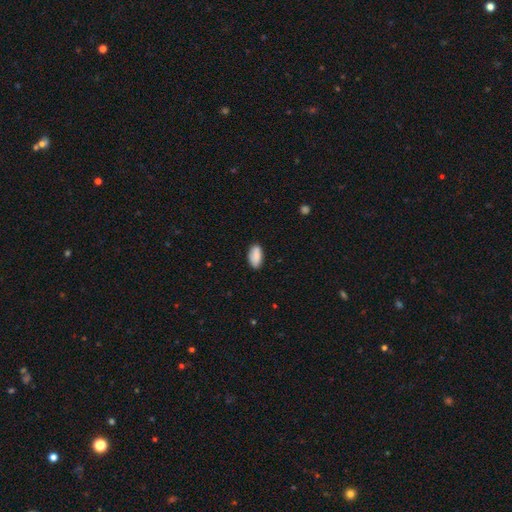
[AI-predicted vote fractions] This is clearly a smooth galaxy (87%). How rounded: clearly in between (92%). Merging: clearly none (83%).